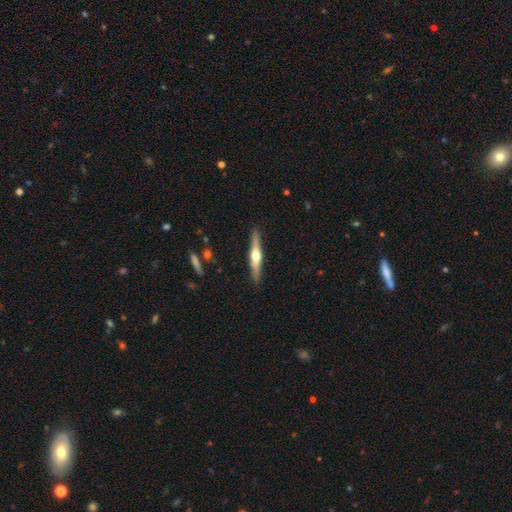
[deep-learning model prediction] smooth-or-featured: featured or disk: 64% | smooth: 31% | star or artifact: 5%
  disk-edge-on: yes: 96% | no: 4%
    edge-on-bulge: rounded: 92% | boxy: 4% | none: 4%
  merging: none: 90% | minor disturbance: 7% | major disturbance: 2% | merger: 1%